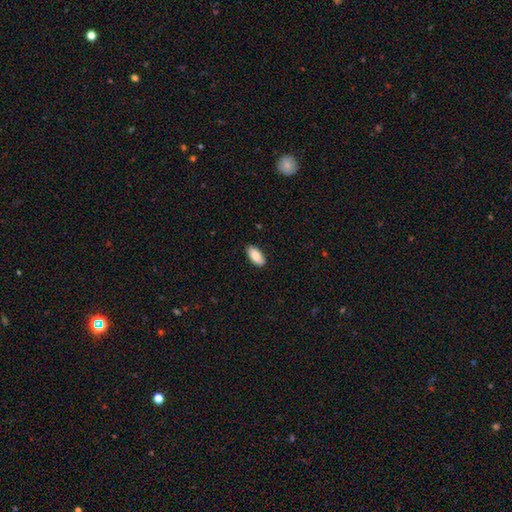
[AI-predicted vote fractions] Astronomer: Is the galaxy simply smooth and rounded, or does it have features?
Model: smooth — 83%.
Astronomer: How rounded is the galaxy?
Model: in between — 92%.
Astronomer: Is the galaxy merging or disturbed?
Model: none — 88%.